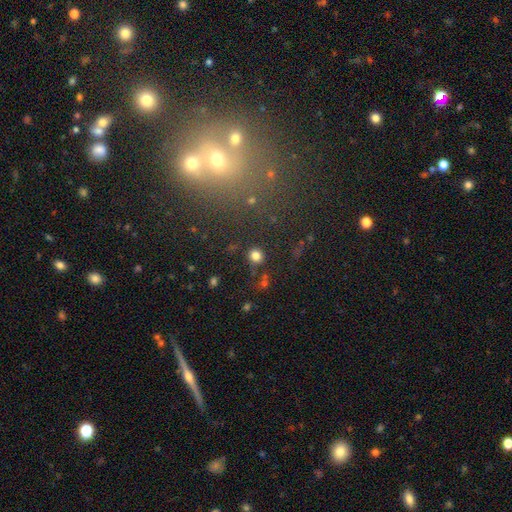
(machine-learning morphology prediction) smooth 81%, star or artifact 13%, featured or disk 6%. Down the decision tree: how rounded — round (89%); merging — none (82%).